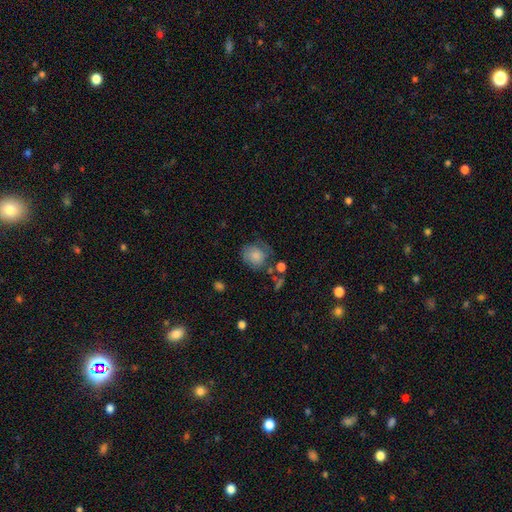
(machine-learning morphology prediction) smooth-or-featured: smooth: 76% | featured or disk: 16% | star or artifact: 8%
  how-rounded: round: 70% | in between: 29% | cigar-shaped: 1%
  merging: none: 47% | minor disturbance: 28% | major disturbance: 17% | merger: 7%